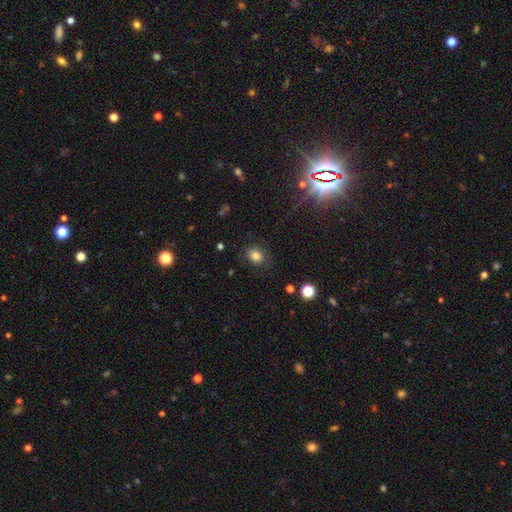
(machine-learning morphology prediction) Q: Smooth or featured?
A: smooth (79%); runner-up: star or artifact (13%)
Q: How rounded?
A: in between (51%); runner-up: round (49%)
Q: Merging?
A: none (79%); runner-up: minor disturbance (14%)